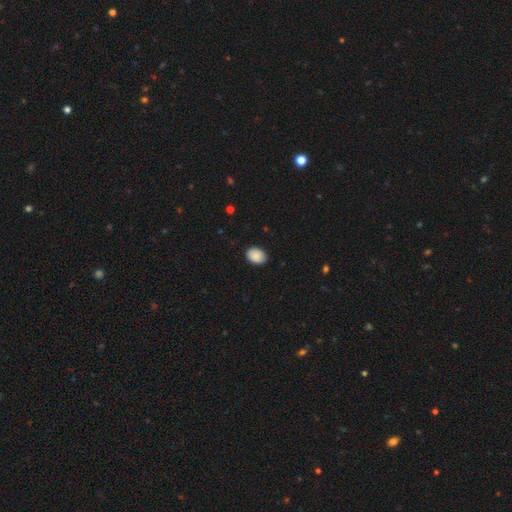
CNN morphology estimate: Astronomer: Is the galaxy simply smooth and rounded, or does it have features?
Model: smooth — 88%.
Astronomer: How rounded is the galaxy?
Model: in between — 74%.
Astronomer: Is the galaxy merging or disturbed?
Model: none — 86%.